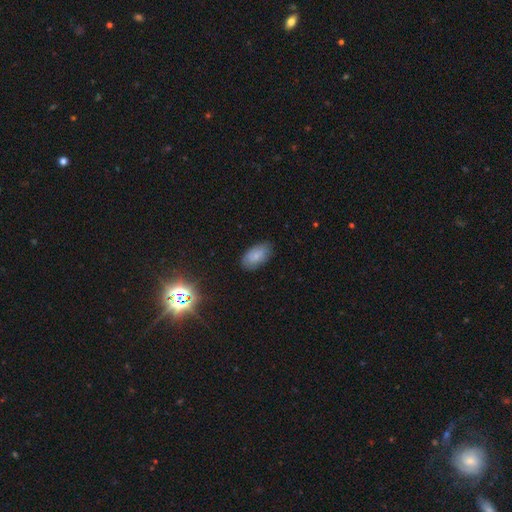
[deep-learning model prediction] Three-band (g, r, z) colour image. It shows a smooth galaxy with no disk features (75%) that is in between round and cigar-shaped (94%). Merging: none (80%).